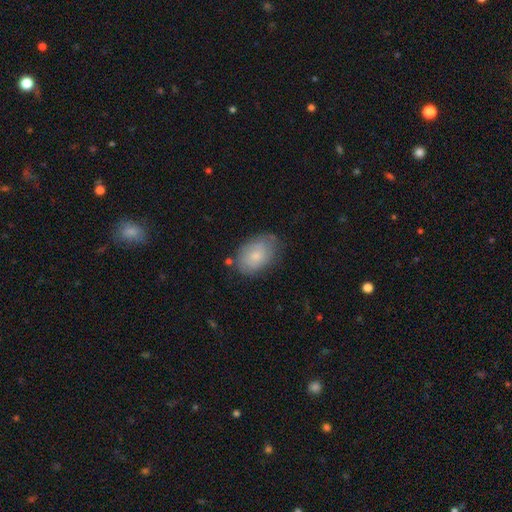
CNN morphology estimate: A smooth galaxy with no disk features (75%) that is in between round and cigar-shaped (89%). Merging: none (71%).